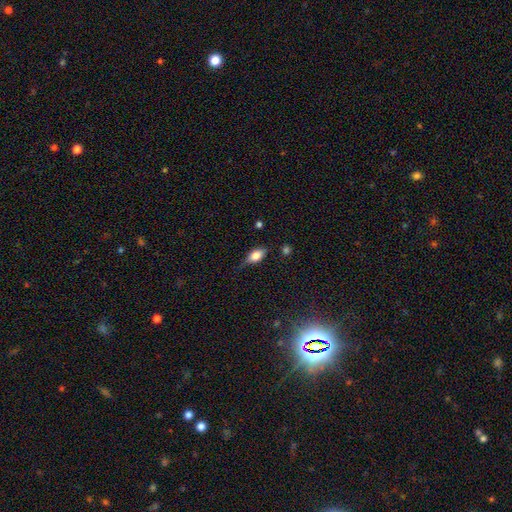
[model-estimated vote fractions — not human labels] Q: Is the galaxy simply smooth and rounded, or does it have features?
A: smooth — 70%.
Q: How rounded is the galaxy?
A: in between — 84%.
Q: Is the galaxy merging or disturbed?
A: none — 61%.